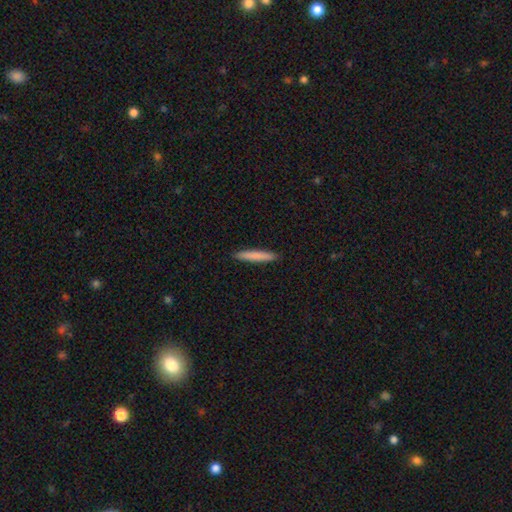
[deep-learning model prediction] Smooth or featured? Predicted: smooth (p=0.81). How rounded? Predicted: cigar-shaped (p=0.94). Merging? Predicted: none (p=0.92).